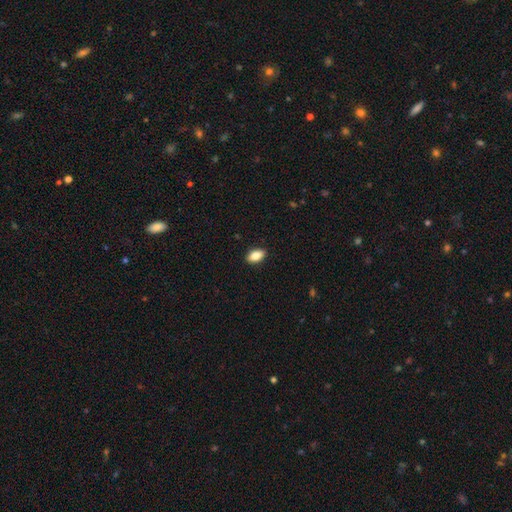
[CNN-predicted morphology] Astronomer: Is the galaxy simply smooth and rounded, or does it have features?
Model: smooth — 85%.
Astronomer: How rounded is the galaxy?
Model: in between — 90%.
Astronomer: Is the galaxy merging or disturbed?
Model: none — 90%.